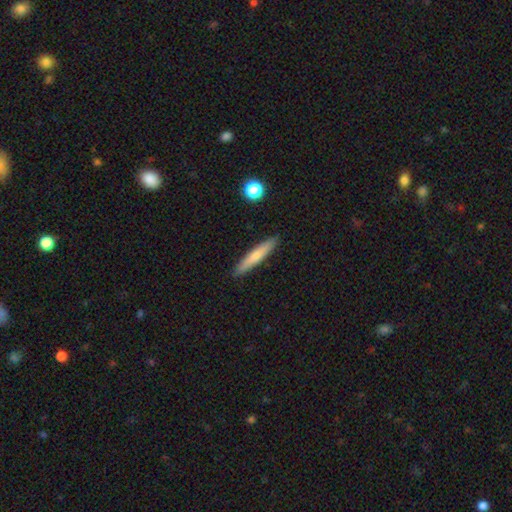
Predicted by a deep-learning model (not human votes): This is likely a smooth galaxy (66%). How rounded: clearly cigar-shaped (93%). Merging: clearly none (91%).